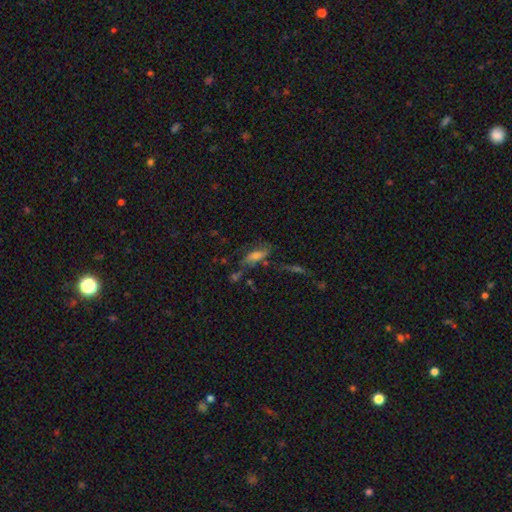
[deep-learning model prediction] smooth-or-featured: smooth: 48% | featured or disk: 33% | star or artifact: 19%
  merging: none: 48% | minor disturbance: 21% | major disturbance: 18% | merger: 13%